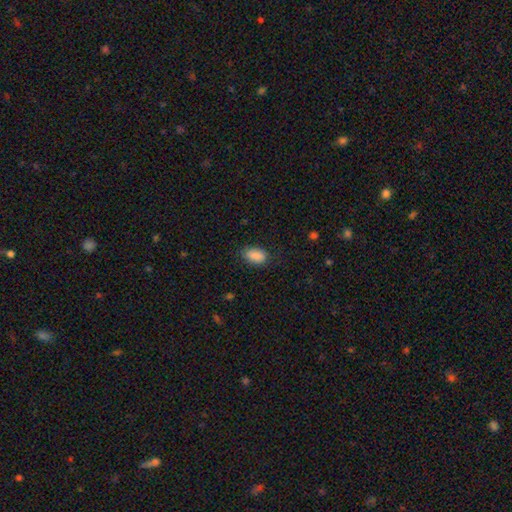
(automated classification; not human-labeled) smooth-or-featured: smooth: 89% | star or artifact: 7% | featured or disk: 4%
  how-rounded: in between: 91% | round: 6% | cigar-shaped: 2%
  merging: none: 78% | minor disturbance: 16% | major disturbance: 4% | merger: 1%